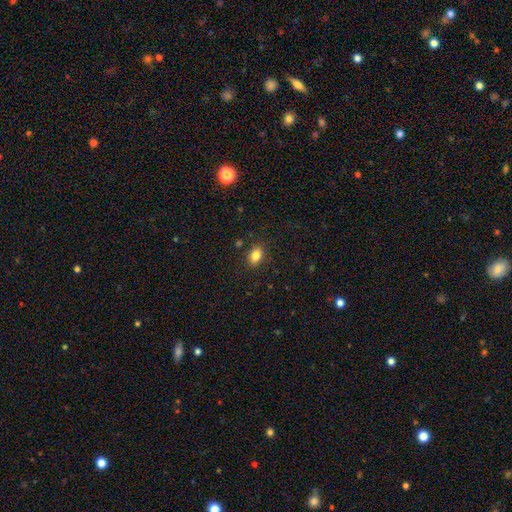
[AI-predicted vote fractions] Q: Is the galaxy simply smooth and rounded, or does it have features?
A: smooth — 81%.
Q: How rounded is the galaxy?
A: in between — 78%.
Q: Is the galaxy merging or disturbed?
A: none — 86%.